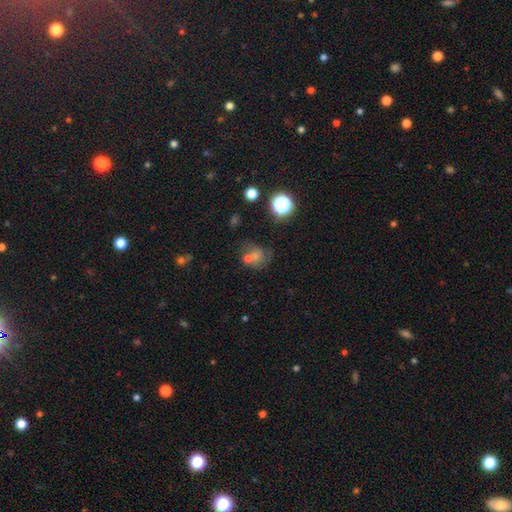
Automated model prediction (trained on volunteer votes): Smooth or featured: smooth — 59% (star or artifact — 21%)
How rounded: round — 68% (in between — 30%)
Merging: none — 38% (merger — 36%)